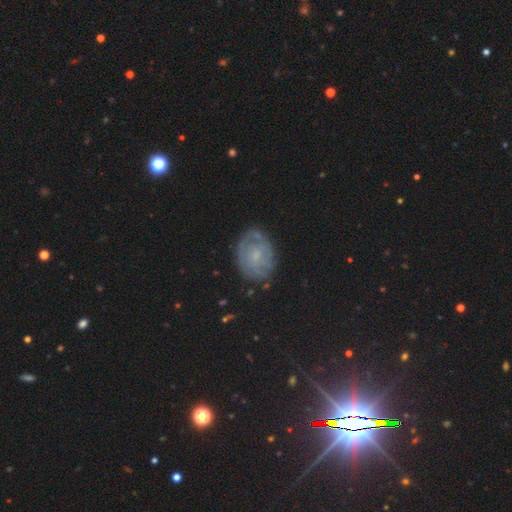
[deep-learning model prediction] The model was most divided on "smooth or featured": featured or disk: 55%, smooth: 32%, star or artifact: 13%. More confident: edge-on disk — no (97%); merging — none (75%); bar — no (72%); spiral arms — yes (69%); bulge size — small (65%).